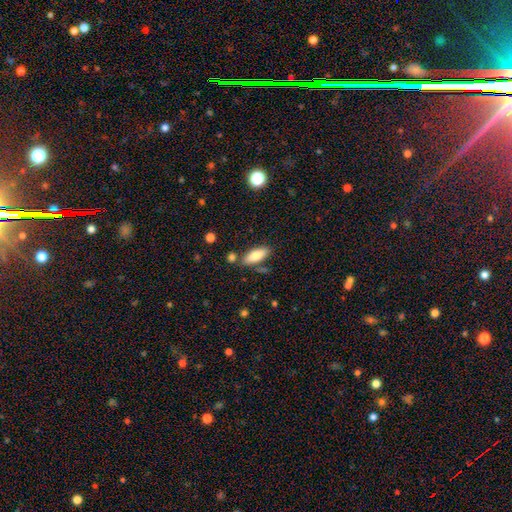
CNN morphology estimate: A smooth galaxy with no disk features (76%) that is in between round and cigar-shaped (74%). Merging: none (77%).